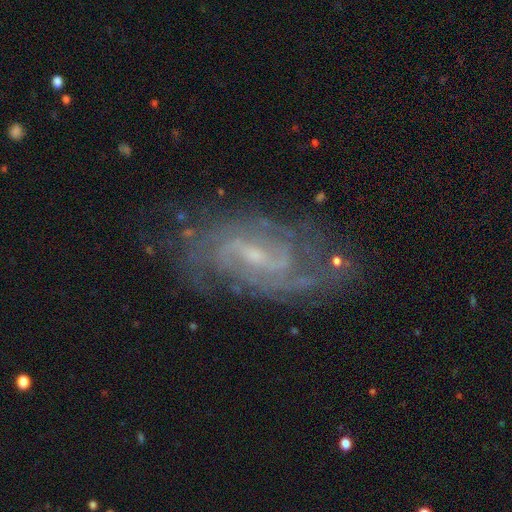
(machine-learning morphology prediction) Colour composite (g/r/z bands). It shows a featured or disk galaxy (87%) with a weak bar (57%), 2 (48%) tight (45%) spiral arms (96%) and a small central bulge (65%). Merging: none (73%).